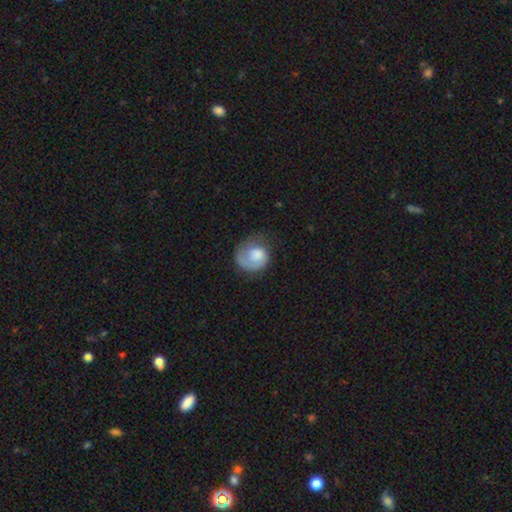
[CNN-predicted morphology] This is possibly a smooth galaxy (52%). How rounded: likely round (73%). Merging: possibly none (47%).